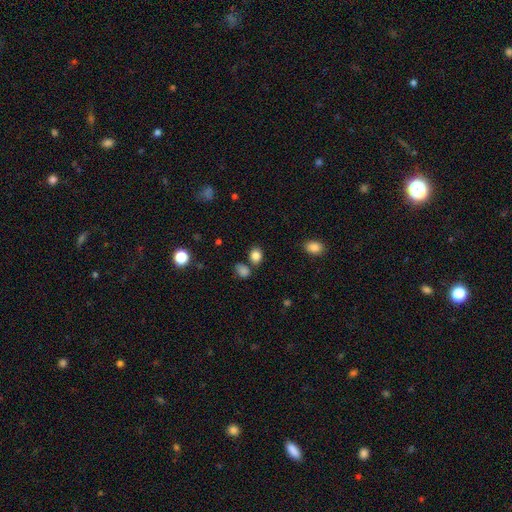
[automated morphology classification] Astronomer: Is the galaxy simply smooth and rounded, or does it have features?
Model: smooth — 84%.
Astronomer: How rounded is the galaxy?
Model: round — 50% (runner-up: in between, 49%).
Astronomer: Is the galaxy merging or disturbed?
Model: none — 72%.